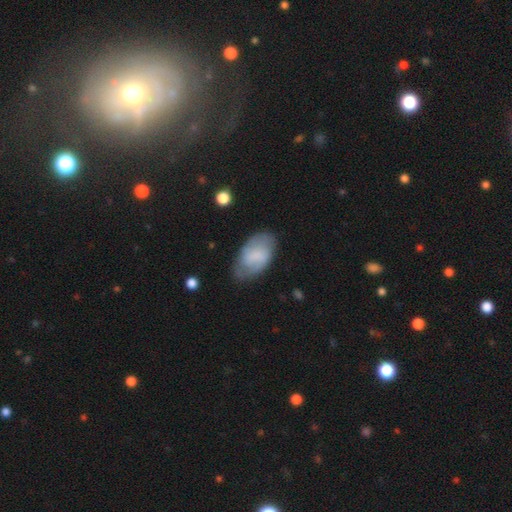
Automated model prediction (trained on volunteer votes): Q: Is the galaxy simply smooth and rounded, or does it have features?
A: smooth — 53%.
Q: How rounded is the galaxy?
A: in between — 94%.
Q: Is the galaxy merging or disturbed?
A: none — 70%.